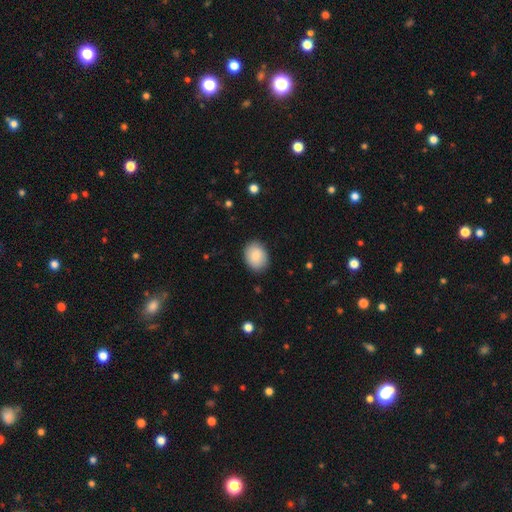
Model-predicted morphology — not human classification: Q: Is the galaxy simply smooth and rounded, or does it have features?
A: smooth — 82%.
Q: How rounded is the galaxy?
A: in between — 59%.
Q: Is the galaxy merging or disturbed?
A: none — 86%.